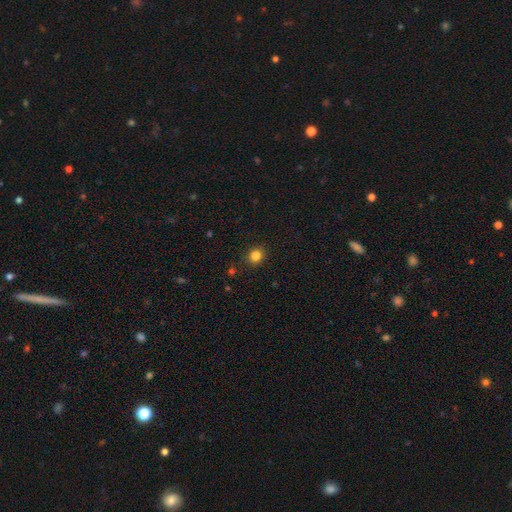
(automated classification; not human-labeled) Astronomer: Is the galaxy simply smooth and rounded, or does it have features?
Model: smooth — 83%.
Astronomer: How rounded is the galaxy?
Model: round — 81%.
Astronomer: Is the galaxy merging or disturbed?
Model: none — 90%.